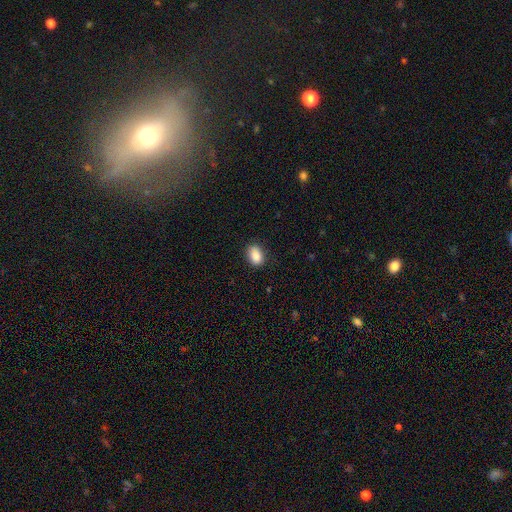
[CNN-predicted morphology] Q: Smooth or featured?
A: smooth (89%); runner-up: star or artifact (8%)
Q: How rounded?
A: in between (85%); runner-up: round (14%)
Q: Merging?
A: none (84%); runner-up: minor disturbance (12%)